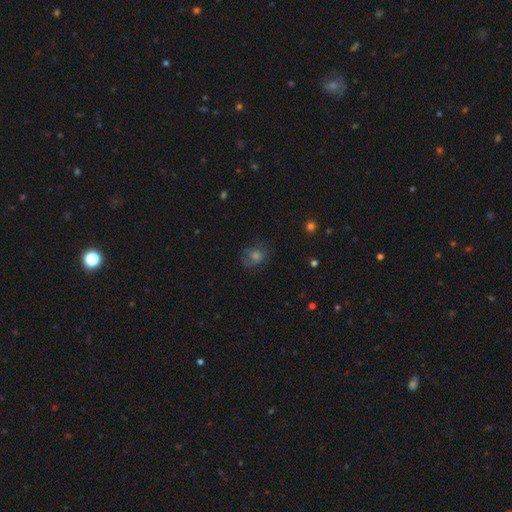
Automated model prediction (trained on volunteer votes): Overall: smooth (57%; star or artifact 24%). How rounded: round (64%; in between 34%). Merging: none (71%).